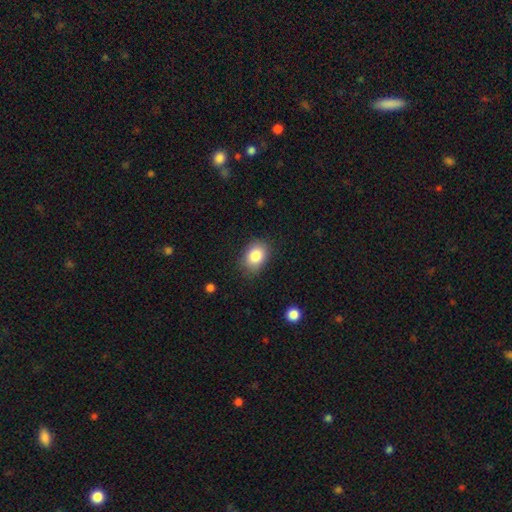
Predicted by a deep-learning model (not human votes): Smooth or featured? Predicted: smooth (p=0.84). How rounded? Predicted: in between (p=0.69). Merging? Predicted: none (p=0.82).